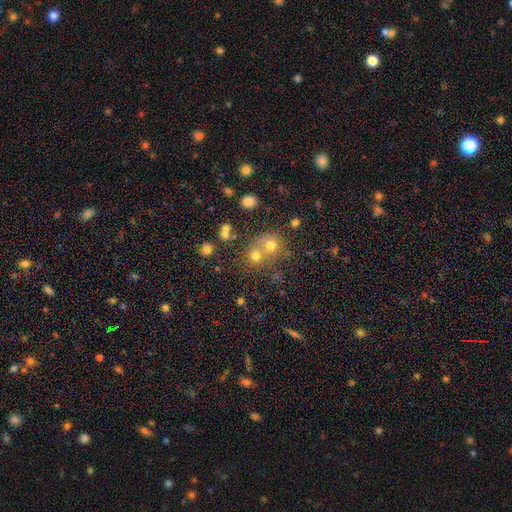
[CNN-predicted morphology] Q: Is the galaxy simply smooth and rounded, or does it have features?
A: smooth — 70%.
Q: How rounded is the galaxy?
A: round — 84%.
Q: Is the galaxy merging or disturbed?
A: none — 46%.